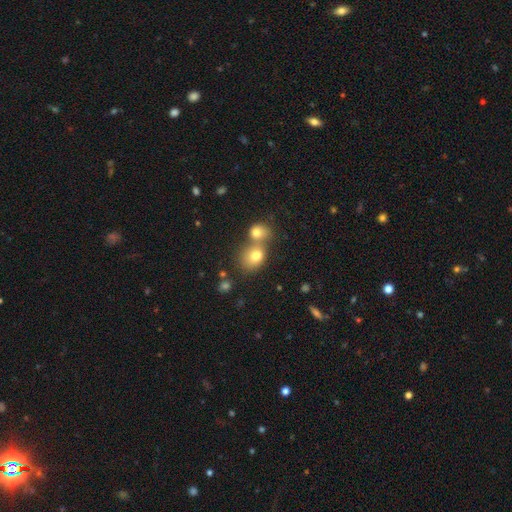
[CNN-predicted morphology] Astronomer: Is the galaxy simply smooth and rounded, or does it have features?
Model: smooth — 77%.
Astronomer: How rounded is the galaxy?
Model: round — 55% (runner-up: in between, 44%).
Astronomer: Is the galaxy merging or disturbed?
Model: merger — 54% (runner-up: none, 34%).